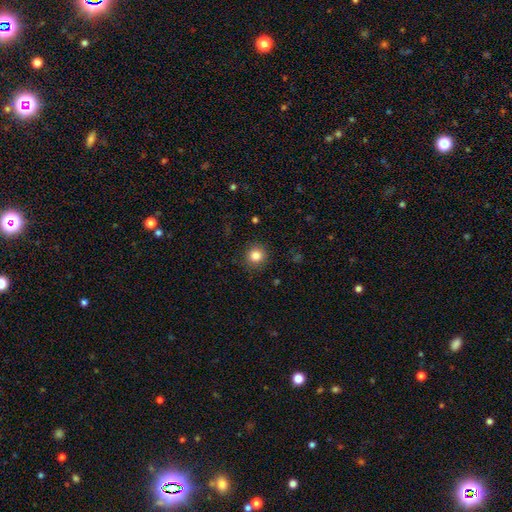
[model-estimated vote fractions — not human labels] The model was most divided on "smooth or featured": smooth: 83%, star or artifact: 11%, featured or disk: 6%. More confident: how rounded — round (93%); merging — none (90%).